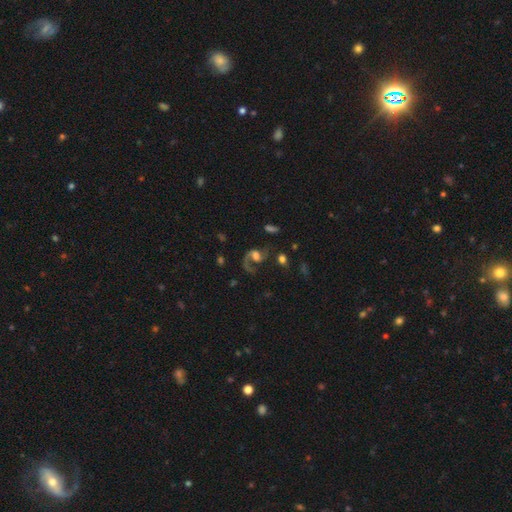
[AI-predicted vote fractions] smooth-or-featured: featured or disk: 80% | smooth: 12% | star or artifact: 8%
  disk-edge-on: no: 97% | yes: 3%
    bar: no: 53% | weak: 35% | strong: 12%
    has-spiral-arms: yes: 94% | no: 6%
      spiral-winding: loose: 52% | medium: 40% | tight: 8%
      spiral-arm-count: 2: 57% | 1: 38% | can't tell: 2% | 3: 1% | 4: 1% | more than 4: 1%
    bulge-size: moderate: 45% | large: 30% | small: 14% | none: 6% | dominant: 4%
  merging: none: 47% | major disturbance: 30% | minor disturbance: 16% | merger: 7%